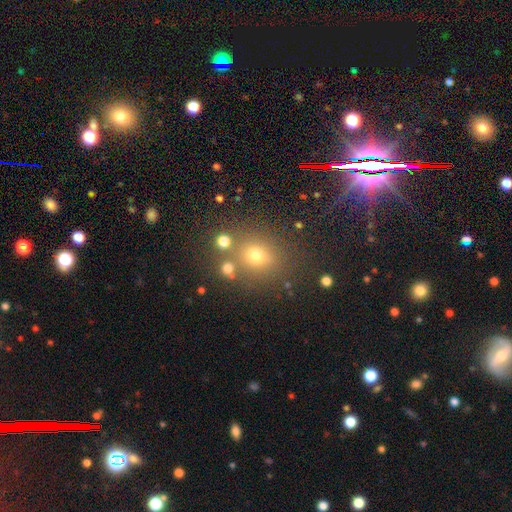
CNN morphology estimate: Q: Smooth or featured?
A: smooth (66%); runner-up: star or artifact (23%)
Q: How rounded?
A: round (76%); runner-up: in between (23%)
Q: Merging?
A: none (73%); runner-up: minor disturbance (11%)